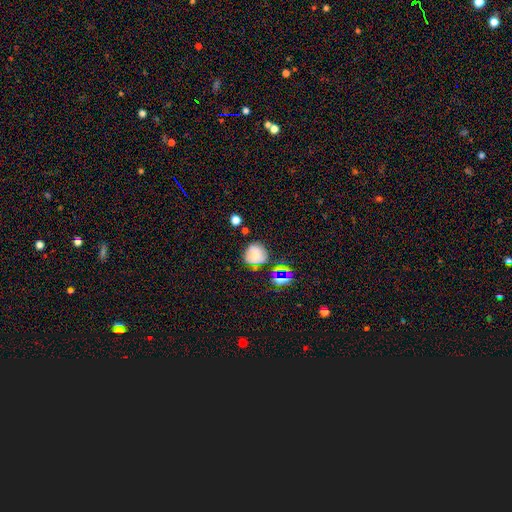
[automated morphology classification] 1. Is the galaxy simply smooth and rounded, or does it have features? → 59% smooth, 23% featured or disk, 19% star or artifact.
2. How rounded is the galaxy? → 87% round, 12% in between, 1% cigar-shaped.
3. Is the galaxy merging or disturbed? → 70% none, 19% minor disturbance, 6% merger, 6% major disturbance.